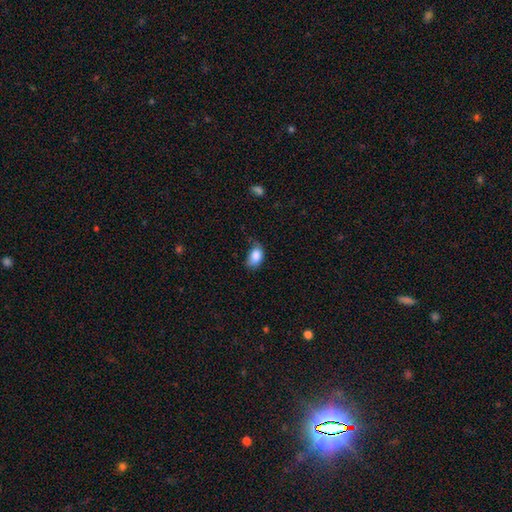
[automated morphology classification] Smooth or featured? smooth (86%)
How rounded? in between (88%)
Merging? none (43%)